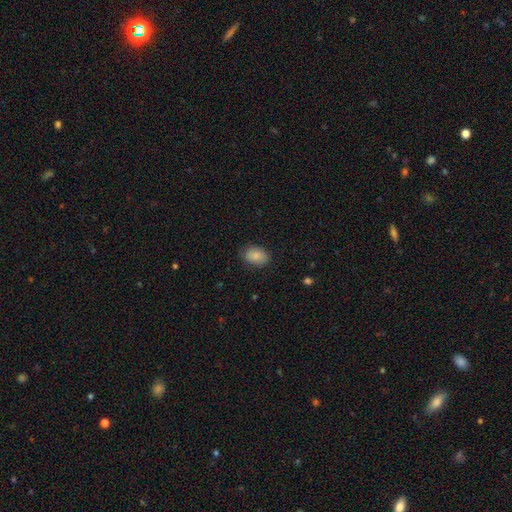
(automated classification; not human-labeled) The model was most divided on "how rounded": in between: 80%, round: 19%, cigar-shaped: 1%. More confident: smooth or featured — smooth (86%); merging — none (82%).